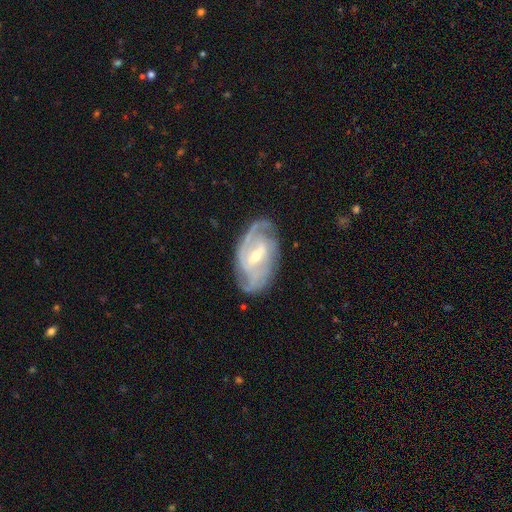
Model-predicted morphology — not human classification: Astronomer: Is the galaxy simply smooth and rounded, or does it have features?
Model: featured or disk — 88%.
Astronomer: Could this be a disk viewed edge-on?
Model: no — 96%.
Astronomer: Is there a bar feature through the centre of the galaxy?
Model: weak — 48% (runner-up: strong, 37%).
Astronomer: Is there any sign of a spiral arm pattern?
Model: yes — 96%.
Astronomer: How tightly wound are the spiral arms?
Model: tight — 49% (runner-up: medium, 40%).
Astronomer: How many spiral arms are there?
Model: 2 — 55%.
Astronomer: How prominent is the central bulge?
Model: small — 52% (runner-up: moderate, 45%).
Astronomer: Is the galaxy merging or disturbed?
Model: none — 75%.